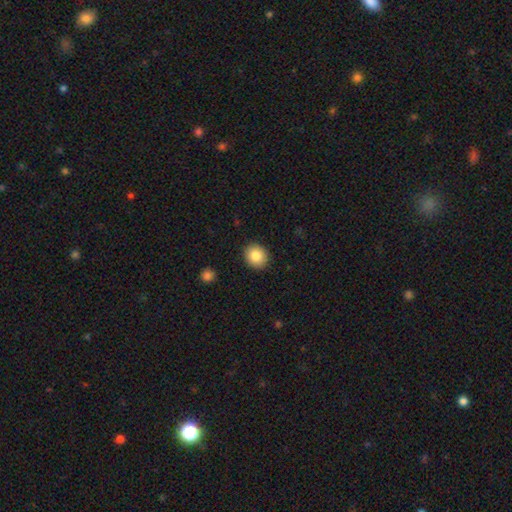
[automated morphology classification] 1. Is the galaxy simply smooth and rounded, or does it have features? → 84% smooth, 8% star or artifact, 7% featured or disk.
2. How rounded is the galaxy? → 75% round, 25% in between, 1% cigar-shaped.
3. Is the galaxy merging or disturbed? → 90% none, 7% minor disturbance, 2% major disturbance, 1% merger.